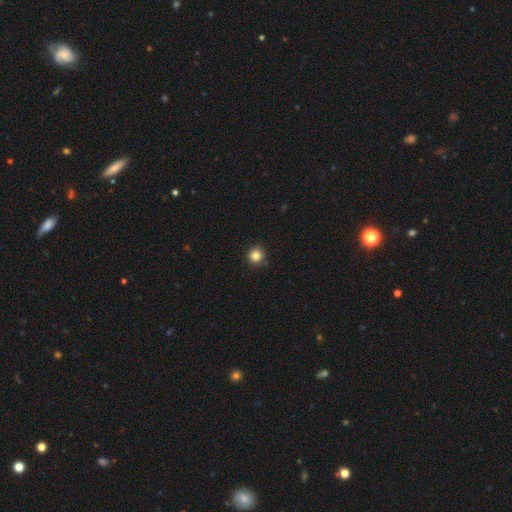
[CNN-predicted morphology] A smooth galaxy with no disk features (84%) that is round (95%). Merging: none (91%).